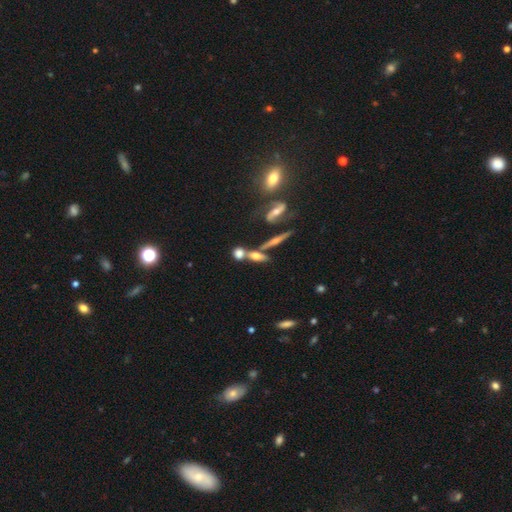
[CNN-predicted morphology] A smooth galaxy with no disk features (49%). Merging: none (44%).